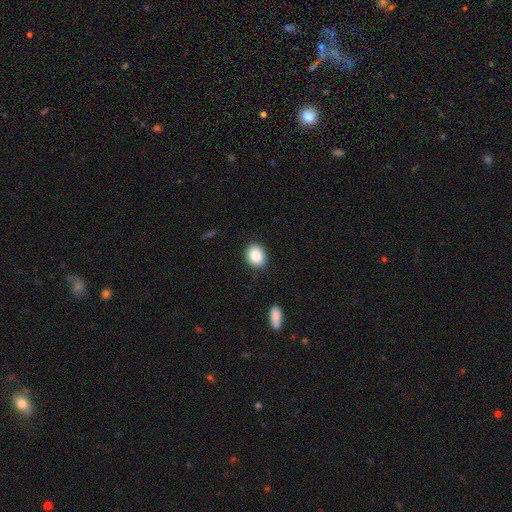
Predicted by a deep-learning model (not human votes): Smooth or featured: smooth — 85% (star or artifact — 8%)
How rounded: in between — 57% (round — 42%)
Merging: none — 84% (minor disturbance — 12%)